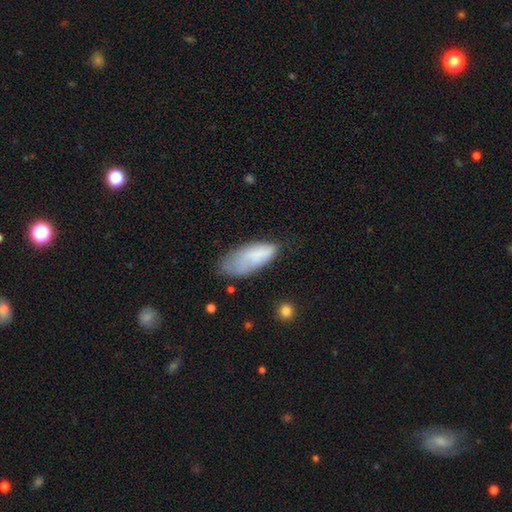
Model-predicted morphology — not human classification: Smooth or featured: smooth — 71% (featured or disk — 21%)
How rounded: in between — 81% (cigar-shaped — 18%)
Merging: none — 42% (minor disturbance — 36%)